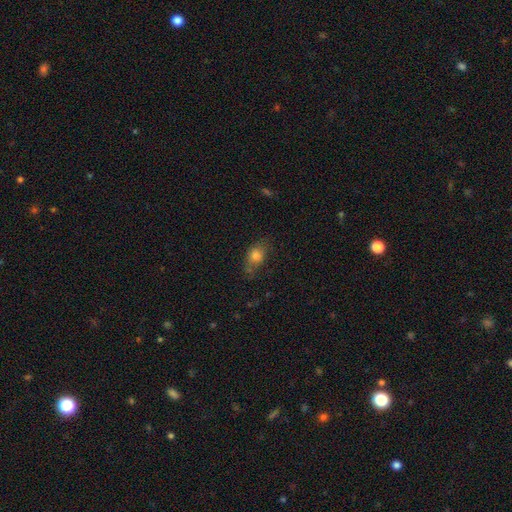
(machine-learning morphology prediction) smooth 76%, featured or disk 13%, star or artifact 11%. Down the decision tree: how rounded — in between (67%); merging — none (60%).